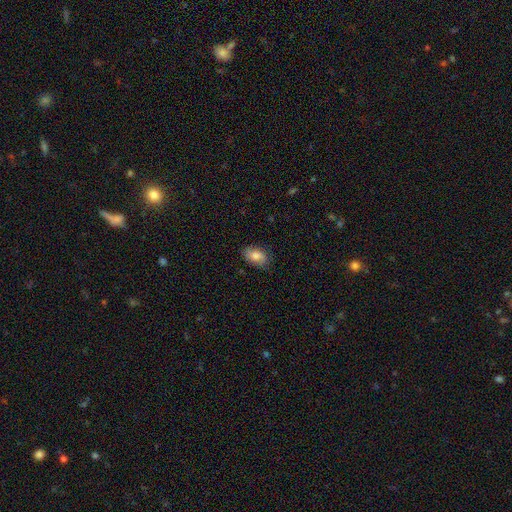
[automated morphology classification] Smooth or featured? Predicted: smooth (p=0.78). How rounded? Predicted: in between (p=0.88). Merging? Predicted: none (p=0.80).